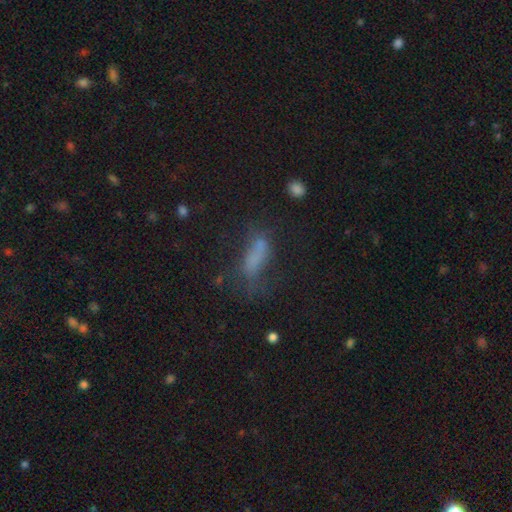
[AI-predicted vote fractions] The model was most divided on "merging": none: 38%, major disturbance: 30%, minor disturbance: 23%, merger: 9%. More confident: smooth or featured — smooth (58%); how rounded — in between (56%).